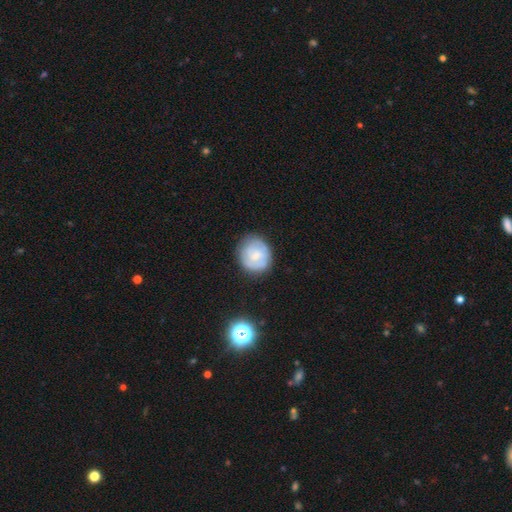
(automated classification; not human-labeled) Smooth or featured: smooth — 47% (featured or disk — 46%)
Merging: none — 79% (minor disturbance — 15%)